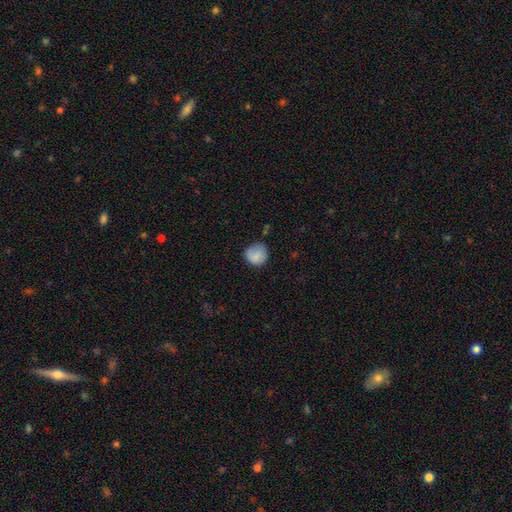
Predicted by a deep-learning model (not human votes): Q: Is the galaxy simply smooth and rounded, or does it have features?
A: smooth — 83%.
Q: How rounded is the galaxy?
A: round — 89%.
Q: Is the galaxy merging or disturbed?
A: none — 72%.